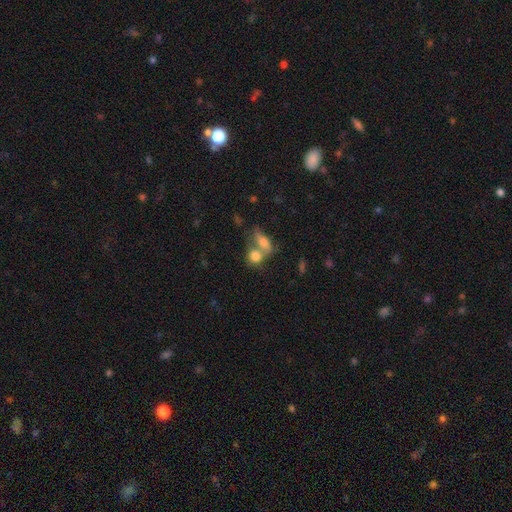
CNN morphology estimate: A smooth galaxy with no disk features (77%) that is round (50%). Merging: merger (63%).